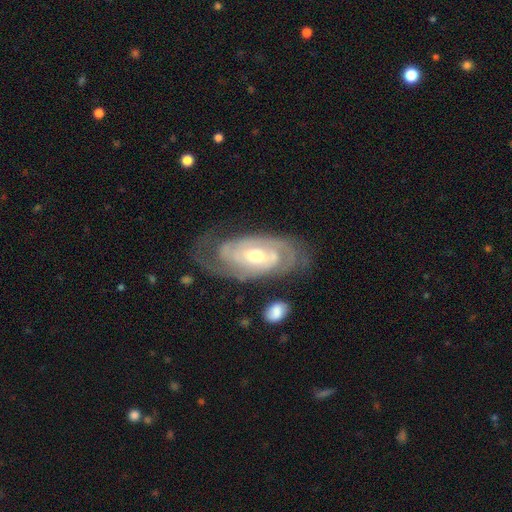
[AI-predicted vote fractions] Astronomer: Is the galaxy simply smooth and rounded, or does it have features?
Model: featured or disk — 89%.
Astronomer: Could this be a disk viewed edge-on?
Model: no — 95%.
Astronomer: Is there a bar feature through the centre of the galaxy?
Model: no — 50% (runner-up: weak, 32%).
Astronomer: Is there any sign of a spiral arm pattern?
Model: yes — 97%.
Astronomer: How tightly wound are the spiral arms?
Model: tight — 75%.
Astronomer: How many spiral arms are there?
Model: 2 — 65%.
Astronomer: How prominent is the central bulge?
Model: moderate — 64%.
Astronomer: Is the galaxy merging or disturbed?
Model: none — 77%.